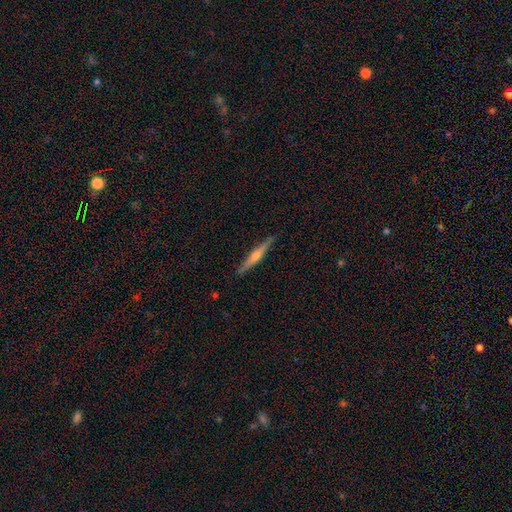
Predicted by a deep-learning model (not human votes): Overall: featured or disk (70%). Edge-on disk: yes (98%). Edge-on bulge: rounded (84%). Merging: none (91%).